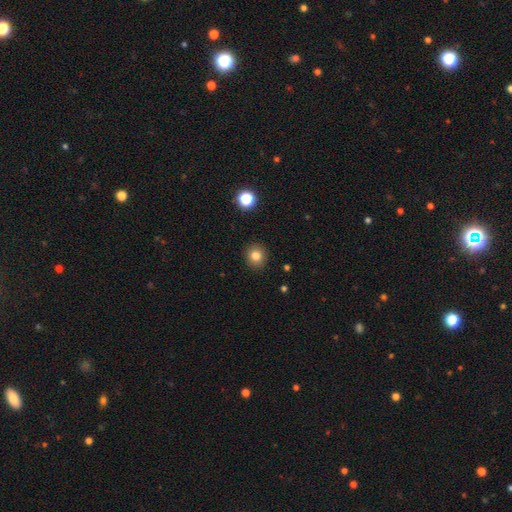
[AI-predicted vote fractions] smooth_or_featured: smooth (p=0.81) [alt: star or artifact p=0.12]
how_rounded: round (p=0.85) [alt: in between p=0.14]
merging: none (p=0.91) [alt: minor disturbance p=0.06]